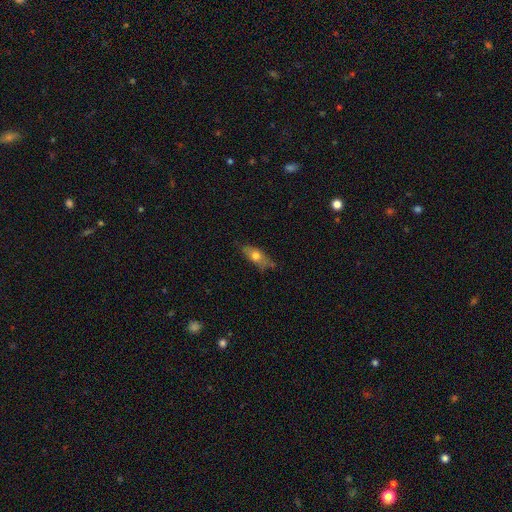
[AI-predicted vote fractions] A smooth galaxy with no disk features (61%) that is in between round and cigar-shaped (70%).

Vote fractions:
- Smooth or featured? smooth: 61% / featured or disk: 32% / star or artifact: 8%
- How rounded? in between: 70% / cigar-shaped: 25% / round: 5%
- Merging? none: 63% / minor disturbance: 27% / major disturbance: 7% / merger: 3%